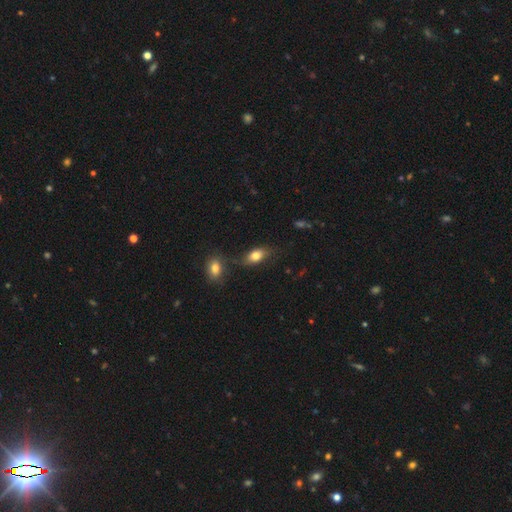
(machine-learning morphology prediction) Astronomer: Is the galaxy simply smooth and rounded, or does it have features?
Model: smooth — 80%.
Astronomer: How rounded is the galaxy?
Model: in between — 85%.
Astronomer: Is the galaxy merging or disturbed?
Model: none — 68%.